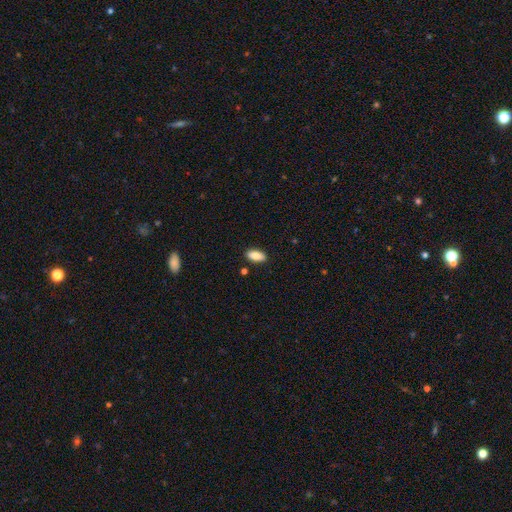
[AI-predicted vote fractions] Smooth or featured?
  - smooth: 86% *
  - star or artifact: 7%
  - featured or disk: 7%
How rounded?
  - in between: 89% *
  - cigar-shaped: 9%
  - round: 2%
Merging?
  - none: 88% *
  - minor disturbance: 9%
  - major disturbance: 2%
  - merger: 2%